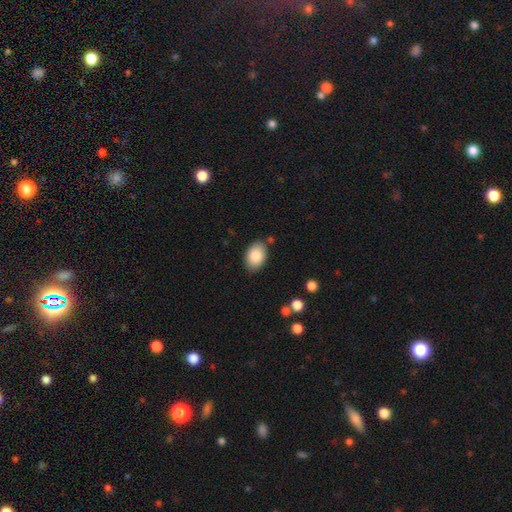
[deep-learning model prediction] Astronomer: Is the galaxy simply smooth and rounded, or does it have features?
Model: smooth — 86%.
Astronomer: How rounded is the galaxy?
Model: in between — 88%.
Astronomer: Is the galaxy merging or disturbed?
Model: none — 81%.